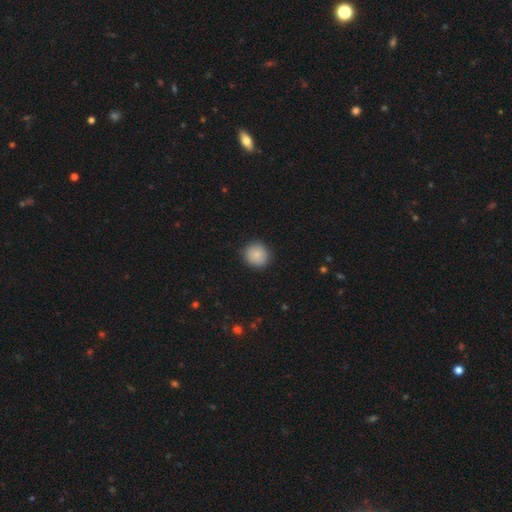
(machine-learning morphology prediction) Smooth or featured? Predicted: smooth (p=0.87). How rounded? Predicted: round (p=0.89). Merging? Predicted: none (p=0.90).